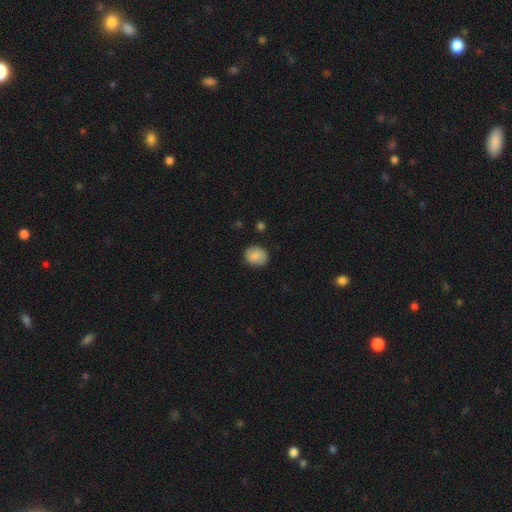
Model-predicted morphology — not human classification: smooth-or-featured: smooth: 88% | star or artifact: 8% | featured or disk: 5%
  how-rounded: round: 62% | in between: 37% | cigar-shaped: 1%
  merging: none: 83% | minor disturbance: 13% | major disturbance: 3% | merger: 2%